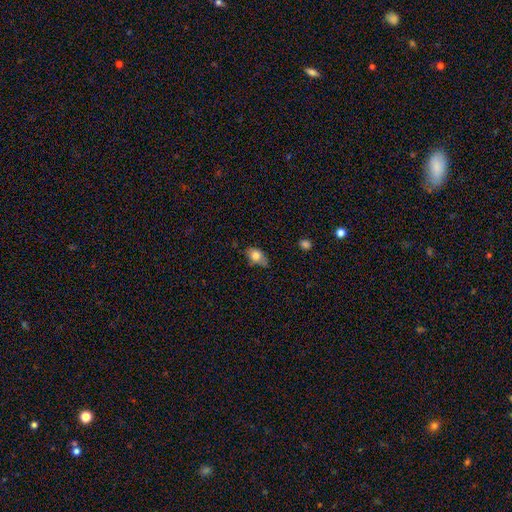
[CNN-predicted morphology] Smooth or featured? smooth (77%)
How rounded? in between (80%)
Merging? none (53%)